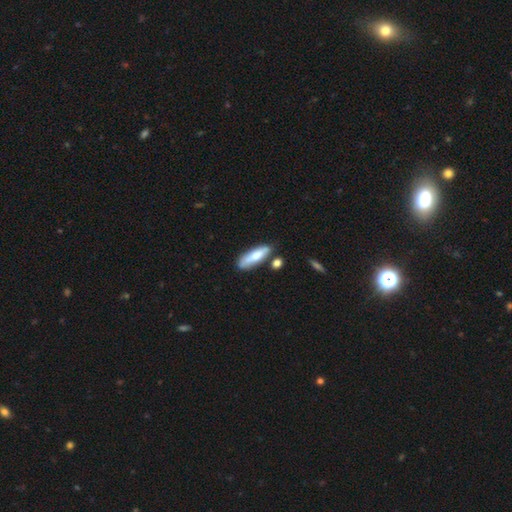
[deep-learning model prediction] A smooth galaxy with no disk features (62%) that is cigar-shaped (54%). Merging: none (71%).